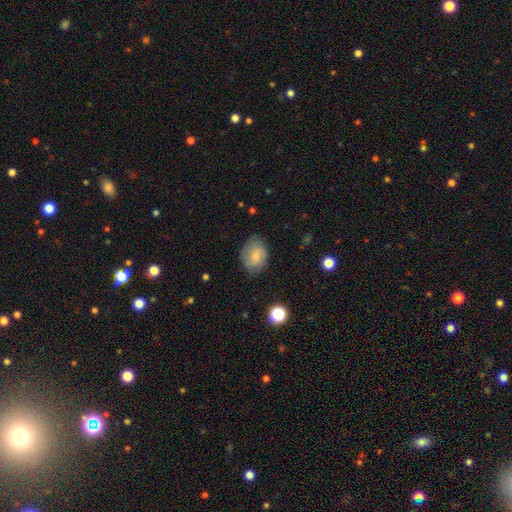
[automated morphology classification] Q: Smooth or featured?
A: smooth (72%); runner-up: featured or disk (20%)
Q: How rounded?
A: in between (71%); runner-up: round (28%)
Q: Merging?
A: none (69%); runner-up: minor disturbance (24%)